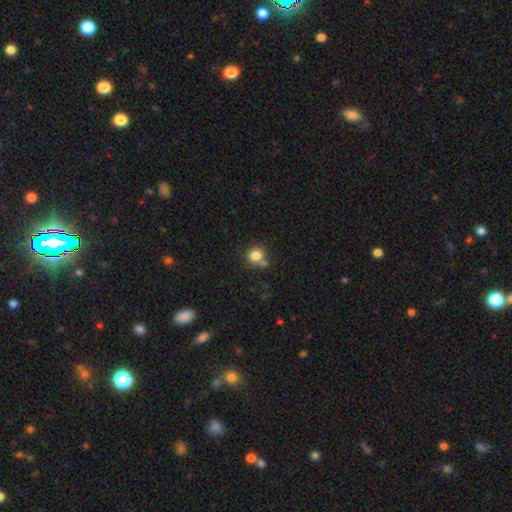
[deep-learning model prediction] smooth_or_featured: smooth (p=0.81) [alt: star or artifact p=0.12]
how_rounded: round (p=0.88) [alt: in between p=0.11]
merging: none (p=0.63) [alt: merger p=0.20]